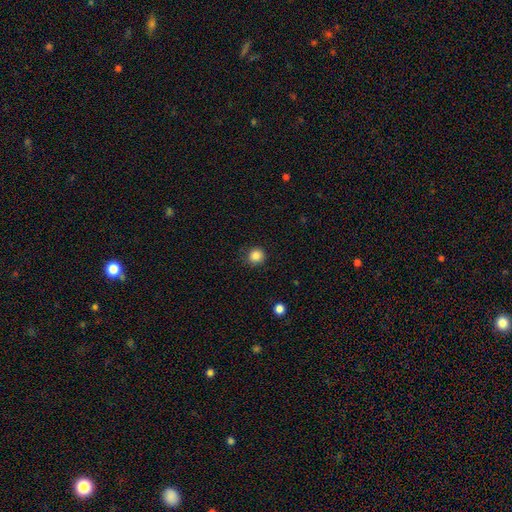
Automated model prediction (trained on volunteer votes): The model was most divided on "smooth or featured": smooth: 85%, star or artifact: 11%, featured or disk: 4%. More confident: how rounded — round (92%); merging — none (87%).